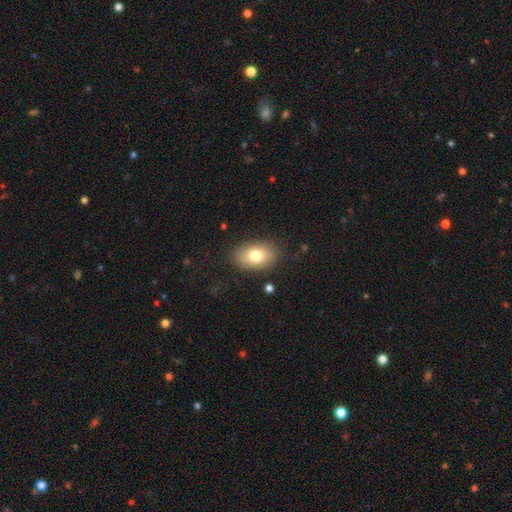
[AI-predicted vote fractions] A smooth galaxy with no disk features (77%) that is in between round and cigar-shaped (83%). Merging: none (85%).